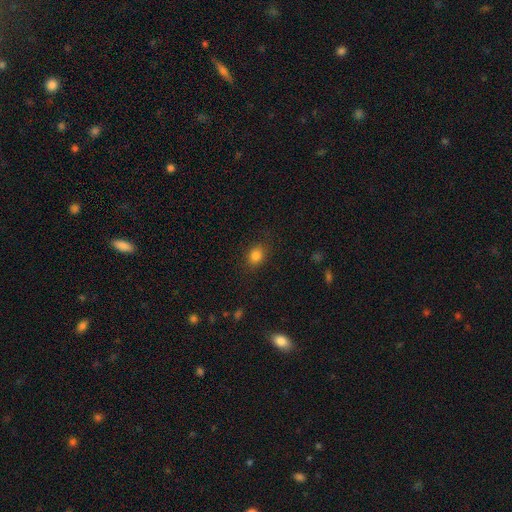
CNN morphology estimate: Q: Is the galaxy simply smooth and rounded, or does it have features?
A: smooth — 83%.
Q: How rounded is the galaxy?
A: in between — 51%.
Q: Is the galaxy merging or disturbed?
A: none — 85%.